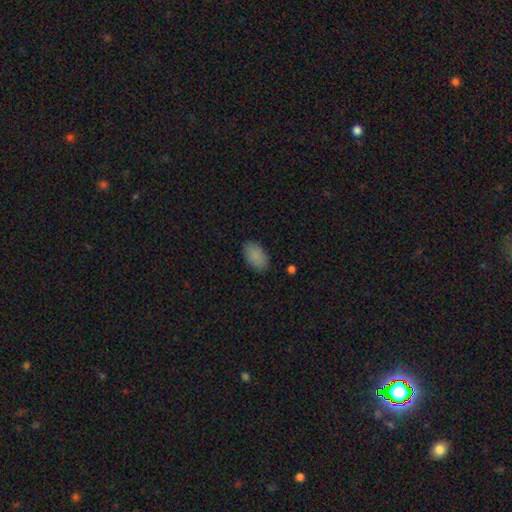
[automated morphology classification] Overall: smooth (88%). How rounded: in between (93%). Merging: none (86%).